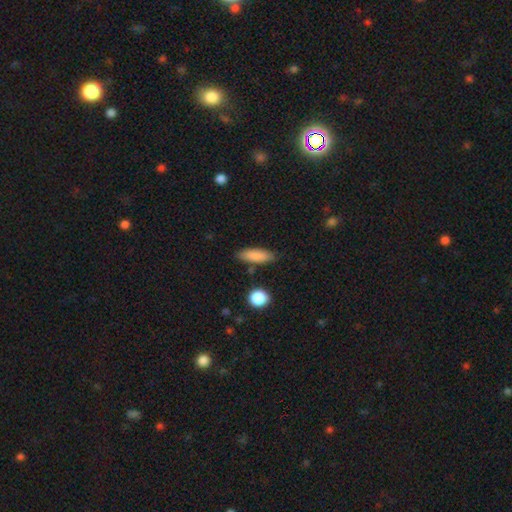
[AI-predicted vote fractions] Smooth or featured: smooth — 85% (featured or disk — 8%)
How rounded: in between — 56% (cigar-shaped — 41%)
Merging: none — 82% (minor disturbance — 12%)